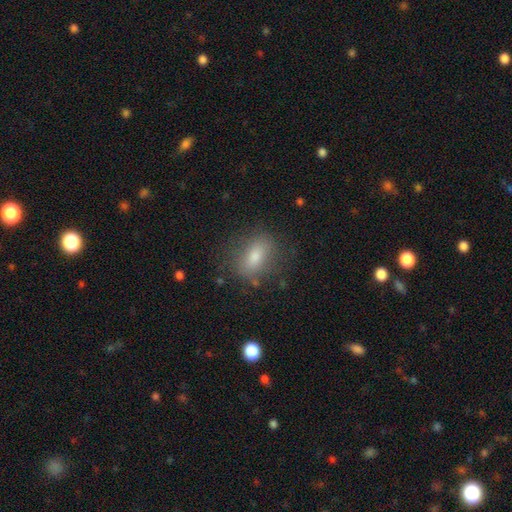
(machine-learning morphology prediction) smooth-or-featured: smooth: 76% | featured or disk: 14% | star or artifact: 10%
  how-rounded: in between: 79% | round: 15% | cigar-shaped: 6%
  merging: none: 76% | minor disturbance: 15% | major disturbance: 6% | merger: 2%